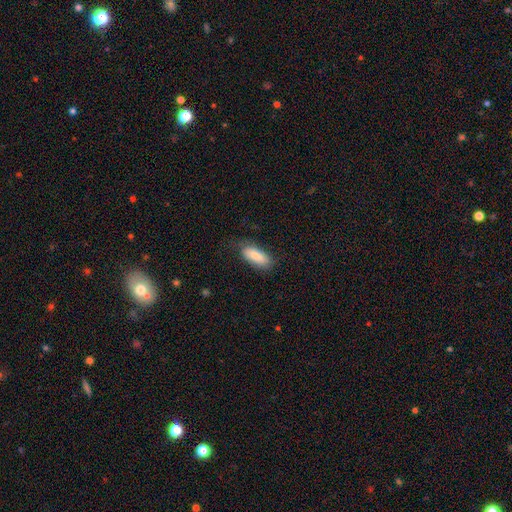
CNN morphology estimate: This appears to be a smooth galaxy with no disk features (83%) that is in between round and cigar-shaped (81%). Merging: none (72%).